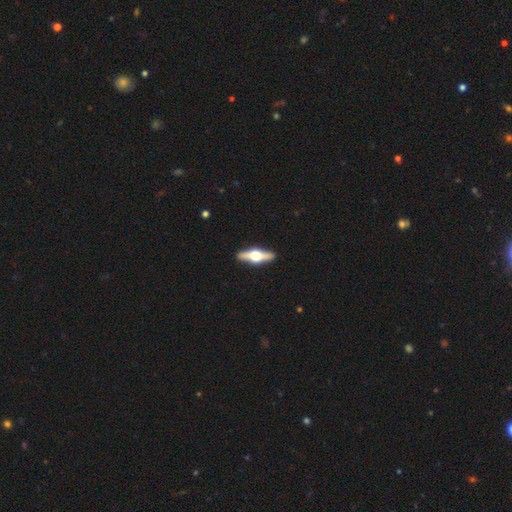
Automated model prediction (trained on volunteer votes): Smooth or featured? featured or disk (72%)
Edge-on disk? yes (96%)
Edge-on bulge? rounded (96%)
Merging? none (91%)